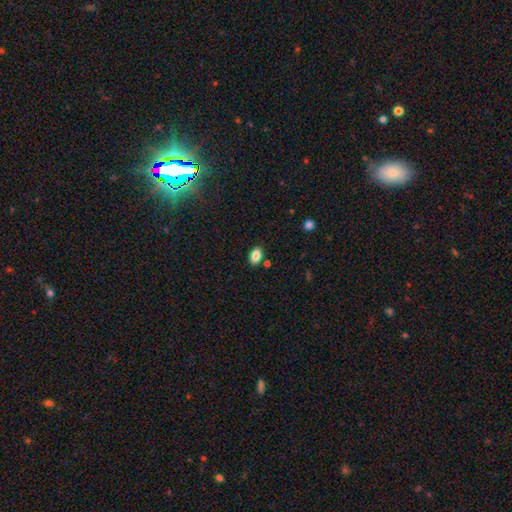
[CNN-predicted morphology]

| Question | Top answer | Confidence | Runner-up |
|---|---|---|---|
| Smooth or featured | smooth | 86% | star or artifact (9%) |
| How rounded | in between | 89% | round (9%) |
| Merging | none | 84% | minor disturbance (10%) |